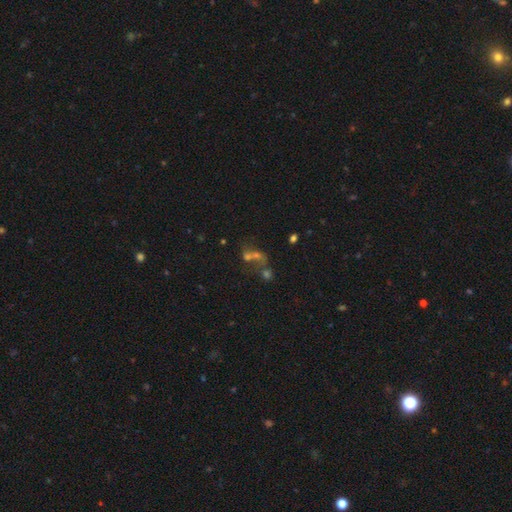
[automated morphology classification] A smooth galaxy with no disk features (37%). Merging: merger (52%).